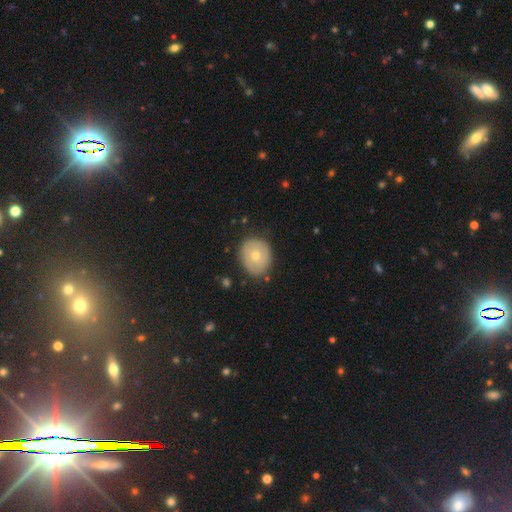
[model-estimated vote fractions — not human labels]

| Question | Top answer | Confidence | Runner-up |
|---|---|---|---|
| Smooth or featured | smooth | 61% | featured or disk (32%) |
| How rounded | round | 69% | in between (31%) |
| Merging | none | 80% | minor disturbance (15%) |